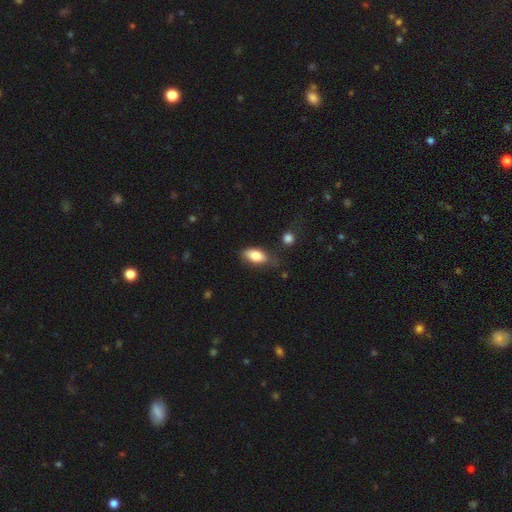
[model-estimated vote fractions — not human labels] Smooth or featured? Predicted: smooth (p=0.82). How rounded? Predicted: in between (p=0.90). Merging? Predicted: none (p=0.66).